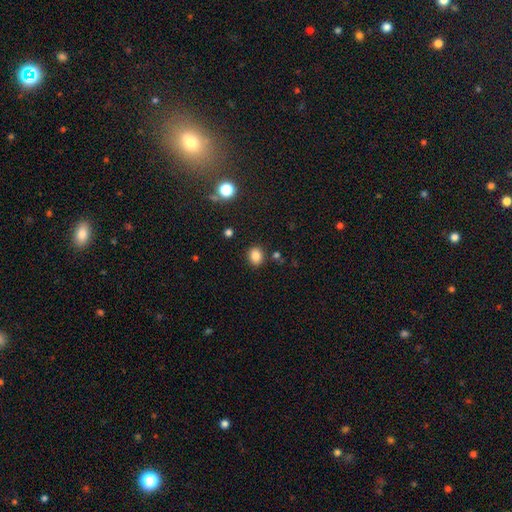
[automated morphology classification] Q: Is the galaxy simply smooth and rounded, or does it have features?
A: smooth — 84%.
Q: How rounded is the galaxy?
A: round — 59%.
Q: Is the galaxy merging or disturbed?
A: none — 85%.